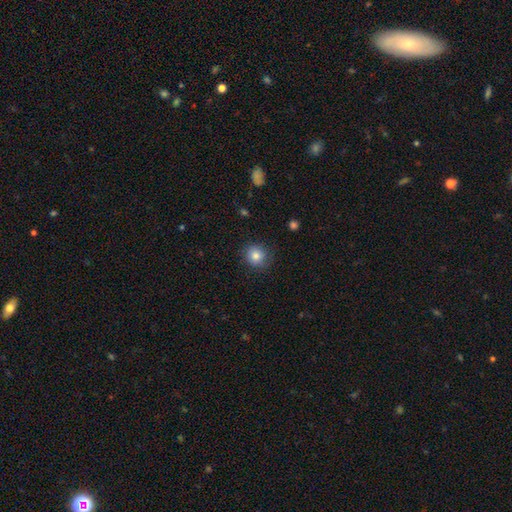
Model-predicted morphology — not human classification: A smooth galaxy with no disk features (82%) that is round (85%). Merging: none (83%).